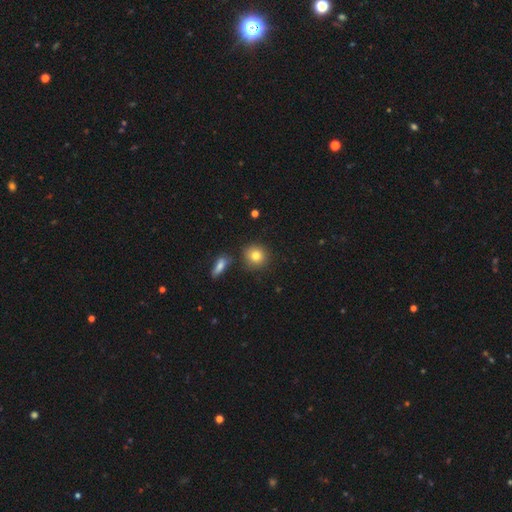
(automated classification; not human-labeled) Smooth or featured? smooth (80%)
How rounded? round (89%)
Merging? none (84%)